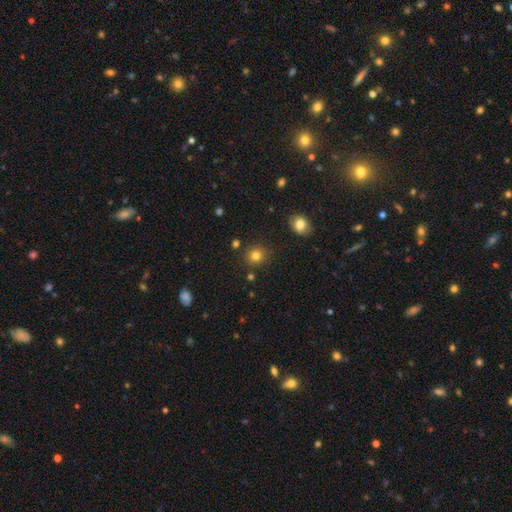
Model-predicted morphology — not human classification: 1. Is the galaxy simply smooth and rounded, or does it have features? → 81% smooth, 13% star or artifact, 6% featured or disk.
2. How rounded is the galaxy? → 87% round, 12% in between, 1% cigar-shaped.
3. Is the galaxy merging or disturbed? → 86% none, 8% minor disturbance, 3% merger, 2% major disturbance.